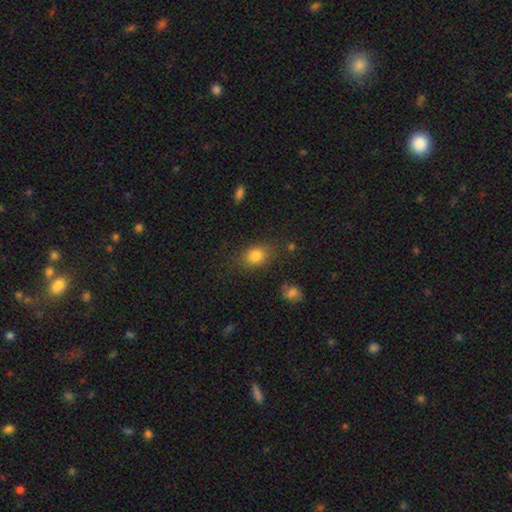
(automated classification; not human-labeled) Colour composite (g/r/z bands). It shows a smooth galaxy with no disk features (82%) that is in between round and cigar-shaped (59%). Merging: none (77%).